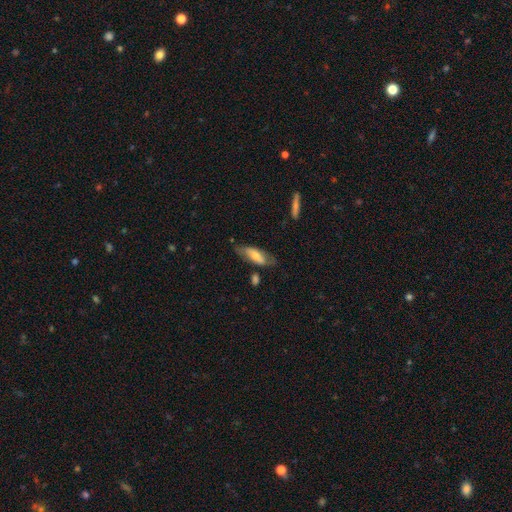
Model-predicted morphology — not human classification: This appears to be a smooth galaxy with no disk features (53%) that is in between round and cigar-shaped (65%). Merging: none (66%).